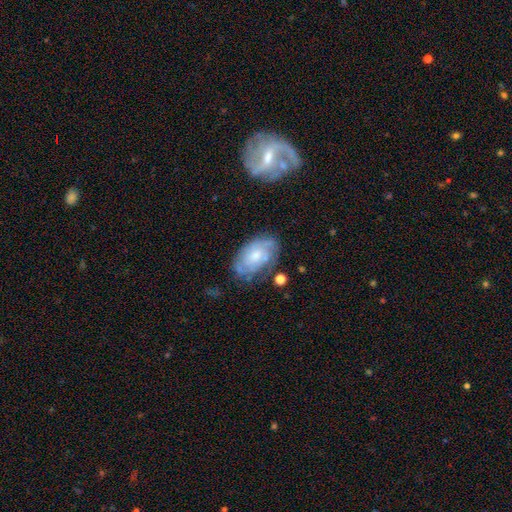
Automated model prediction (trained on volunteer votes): Q: Smooth or featured?
A: featured or disk (59%); runner-up: smooth (34%)
Q: Edge-on disk?
A: no (95%); runner-up: yes (5%)
Q: Bar?
A: no (74%); runner-up: weak (22%)
Q: Spiral arms?
A: yes (78%); runner-up: no (22%)
Q: Bulge size?
A: small (45%); runner-up: moderate (41%)
Q: Merging?
A: none (65%); runner-up: minor disturbance (23%)